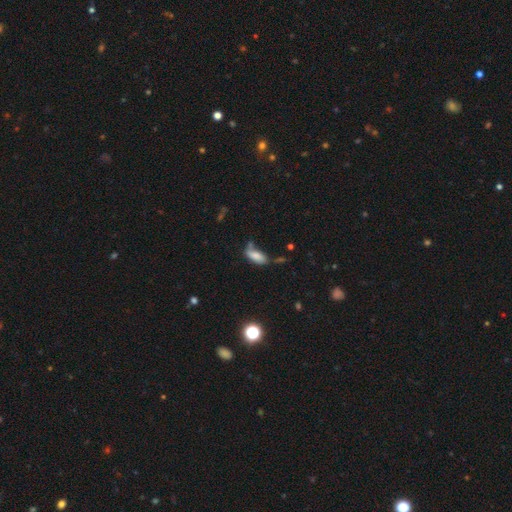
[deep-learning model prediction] The model was most divided on "merging": none: 37%, minor disturbance: 28%, major disturbance: 18%, merger: 17%. More confident: how rounded — in between (83%); smooth or featured — smooth (76%).